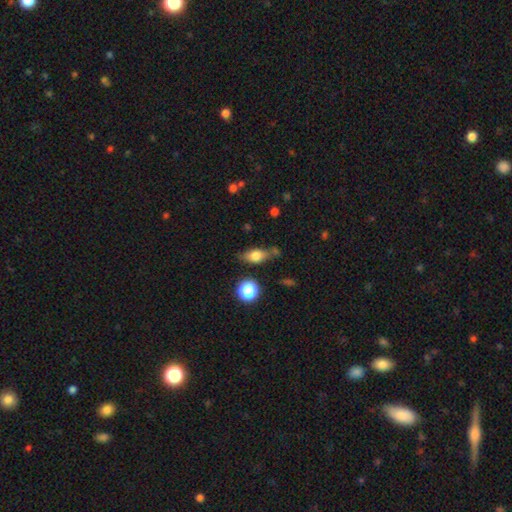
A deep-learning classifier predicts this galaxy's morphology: A smooth galaxy with no disk features (72%) that is in between round and cigar-shaped (73%). Merging: none (64%).